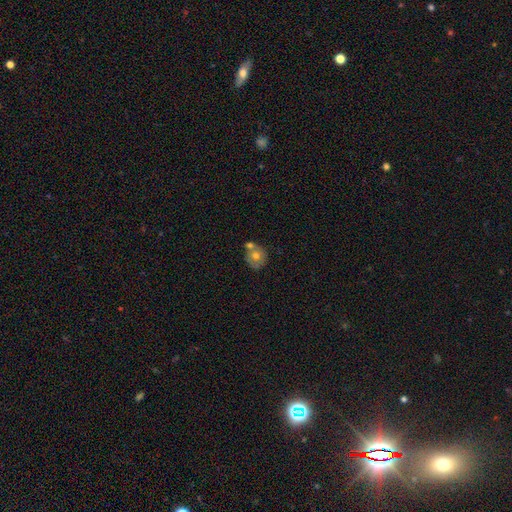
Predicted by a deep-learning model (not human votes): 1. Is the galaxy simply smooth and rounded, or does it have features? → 61% smooth, 30% featured or disk, 8% star or artifact.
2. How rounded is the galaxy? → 80% round, 19% in between, 1% cigar-shaped.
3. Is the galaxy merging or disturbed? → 47% none, 35% merger, 14% minor disturbance, 4% major disturbance.